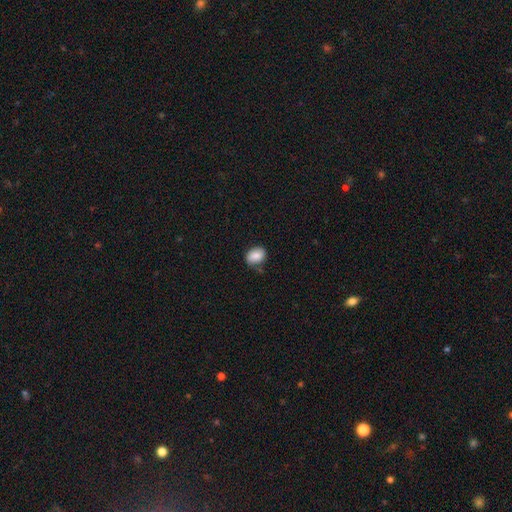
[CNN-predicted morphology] smooth_or_featured: smooth (p=0.82) [alt: featured or disk p=0.10]
how_rounded: in between (p=0.66) [alt: round p=0.32]
merging: none (p=0.71) [alt: minor disturbance p=0.21]